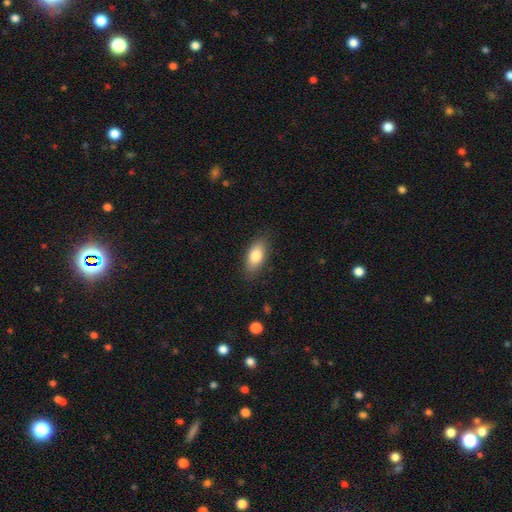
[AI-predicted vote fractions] Smooth or featured? Predicted: smooth (p=0.80). How rounded? Predicted: in between (p=0.87). Merging? Predicted: none (p=0.85).